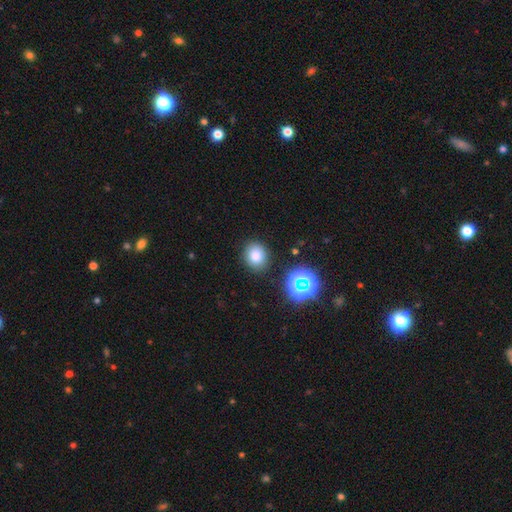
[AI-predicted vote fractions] Smooth or featured?
  - smooth: 78% *
  - star or artifact: 15%
  - featured or disk: 7%
How rounded?
  - round: 67% *
  - in between: 32%
  - cigar-shaped: 1%
Merging?
  - none: 86% *
  - minor disturbance: 9%
  - major disturbance: 3%
  - merger: 3%